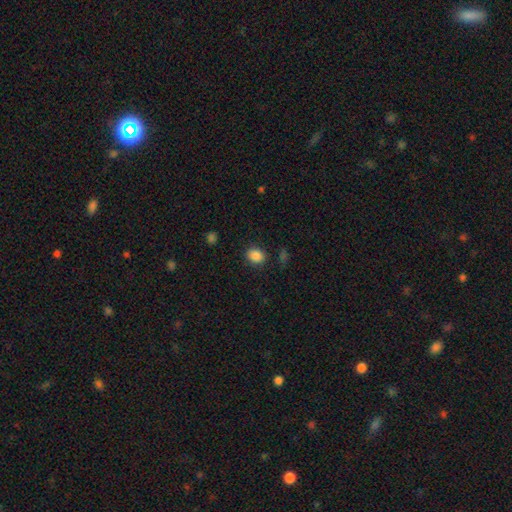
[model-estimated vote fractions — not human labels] Smooth or featured? smooth (86%)
How rounded? round (59%)
Merging? none (85%)